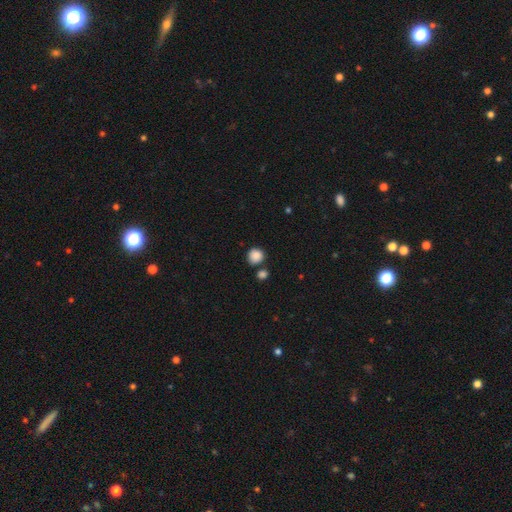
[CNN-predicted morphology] Smooth or featured? Predicted: smooth (p=0.87). How rounded? Predicted: round (p=0.89). Merging? Predicted: none (p=0.74).